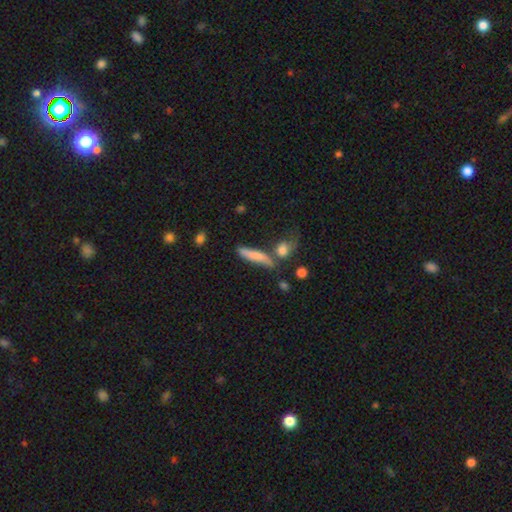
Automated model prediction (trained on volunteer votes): Smooth or featured? Predicted: smooth (p=0.69). How rounded? Predicted: cigar-shaped (p=0.80). Merging? Predicted: none (p=0.52).